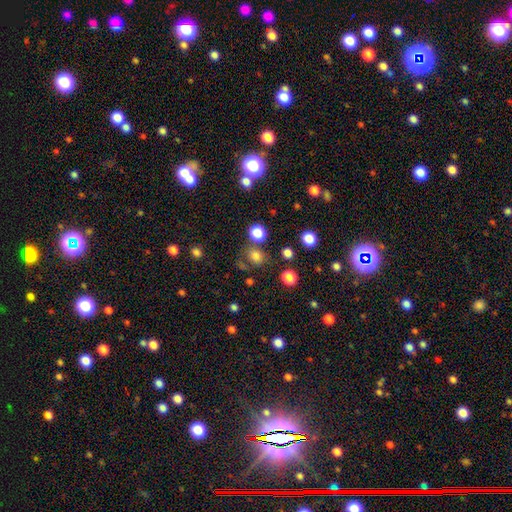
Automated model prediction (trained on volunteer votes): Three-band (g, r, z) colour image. It shows a smooth galaxy with no disk features (76%) that is round (77%). Merging: none (70%).